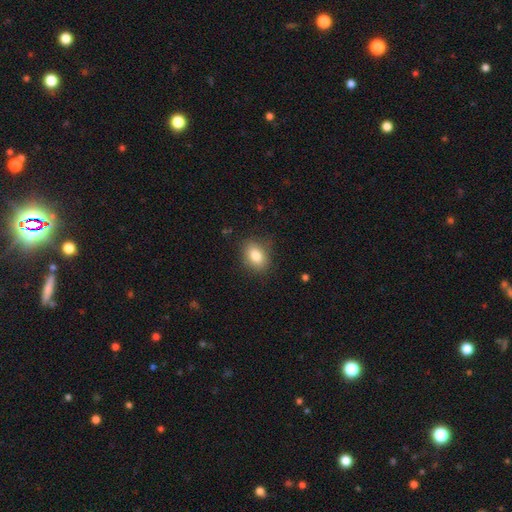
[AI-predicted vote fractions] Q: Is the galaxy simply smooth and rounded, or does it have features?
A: smooth — 82%.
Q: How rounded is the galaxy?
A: in between — 71%.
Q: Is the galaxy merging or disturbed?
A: none — 82%.